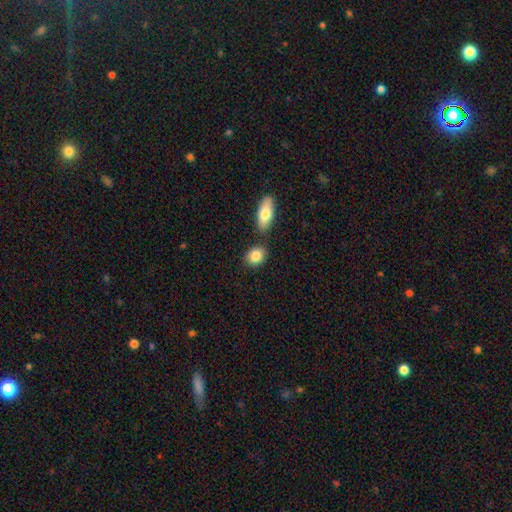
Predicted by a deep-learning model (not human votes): Smooth or featured?
  - smooth: 84% *
  - featured or disk: 8%
  - star or artifact: 8%
How rounded?
  - in between: 54% *
  - round: 44%
  - cigar-shaped: 2%
Merging?
  - none: 73% *
  - merger: 15%
  - minor disturbance: 10%
  - major disturbance: 3%